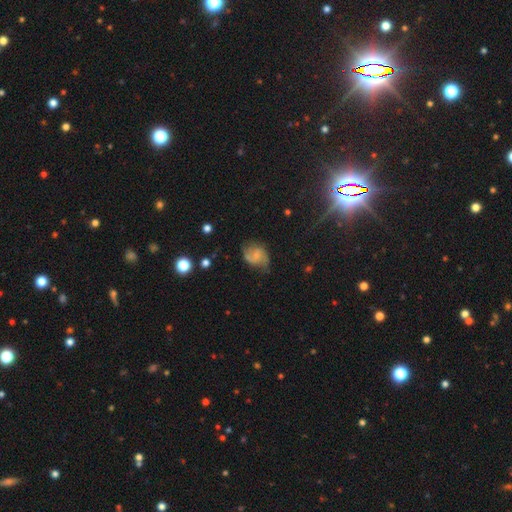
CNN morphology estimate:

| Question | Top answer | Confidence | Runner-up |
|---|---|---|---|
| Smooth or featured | featured or disk | 60% | smooth (31%) |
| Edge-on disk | no | 97% | yes (3%) |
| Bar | weak | 45% | no (44%) |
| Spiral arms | yes | 87% | no (13%) |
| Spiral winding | loose | 49% | medium (38%) |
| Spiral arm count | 2 | 85% | can't tell (8%) |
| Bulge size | small | 46% | none (36%) |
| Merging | none | 59% | minor disturbance (26%) |